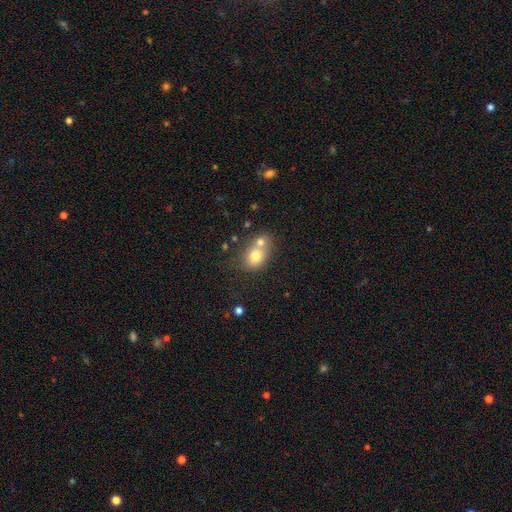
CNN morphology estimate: Q: Smooth or featured?
A: smooth (73%); runner-up: featured or disk (17%)
Q: How rounded?
A: in between (50%); runner-up: round (48%)
Q: Merging?
A: merger (54%); runner-up: none (32%)